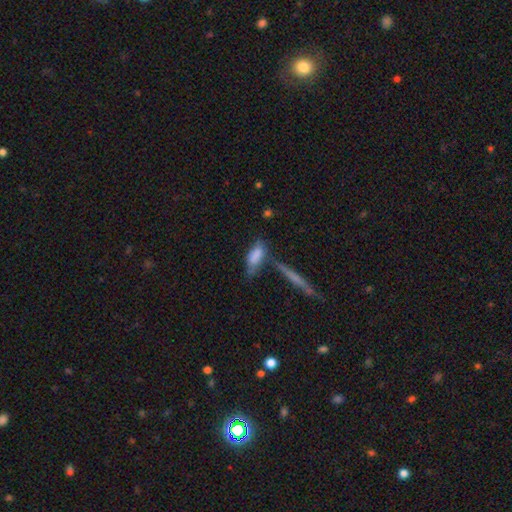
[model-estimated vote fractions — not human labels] Smooth or featured?
  - smooth: 76% *
  - featured or disk: 15%
  - star or artifact: 8%
How rounded?
  - in between: 71% *
  - cigar-shaped: 25%
  - round: 3%
Merging?
  - none: 38% *
  - merger: 26%
  - minor disturbance: 23%
  - major disturbance: 13%